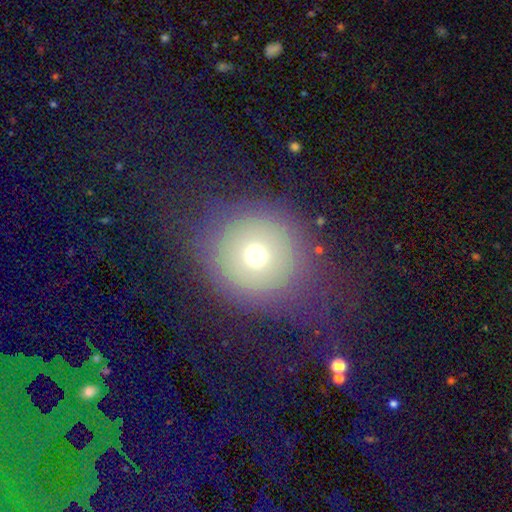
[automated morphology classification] Smooth or featured: smooth — 65% (star or artifact — 20%)
How rounded: round — 94% (in between — 5%)
Merging: none — 74% (minor disturbance — 12%)